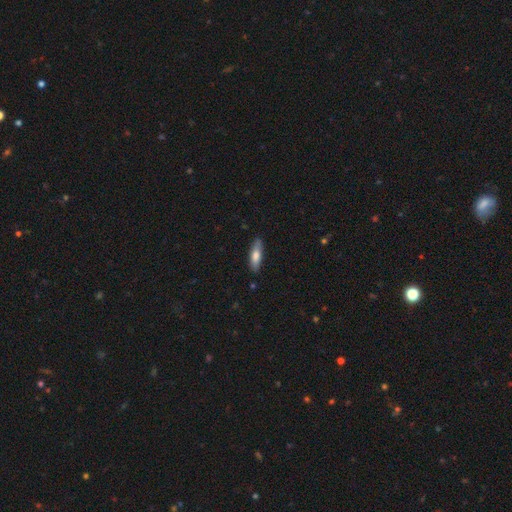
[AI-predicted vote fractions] The model was most divided on "how rounded": cigar-shaped: 60%, in between: 38%, round: 2%. More confident: merging — none (84%); smooth or featured — smooth (69%).